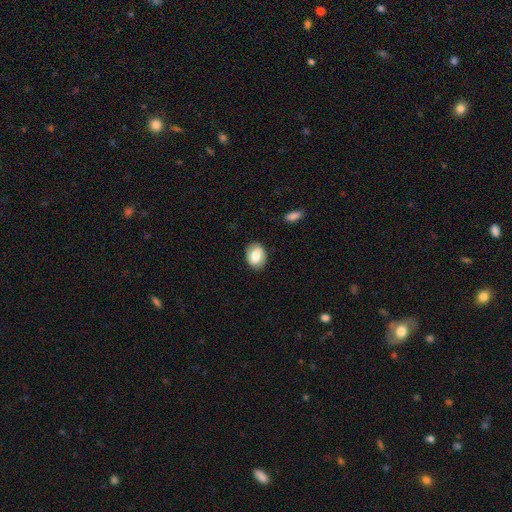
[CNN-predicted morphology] The model was most divided on "smooth or featured": smooth: 64%, featured or disk: 29%, star or artifact: 7%. More confident: merging — none (84%); how rounded — in between (68%).